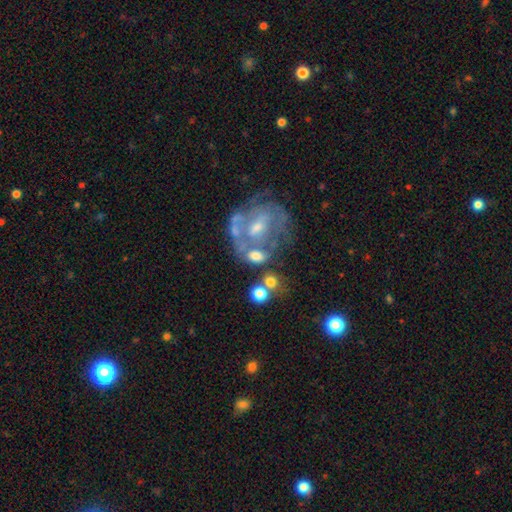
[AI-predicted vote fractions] smooth-or-featured: featured or disk: 46% | smooth: 42% | star or artifact: 11%
  merging: none: 36% | merger: 30% | minor disturbance: 17% | major disturbance: 17%